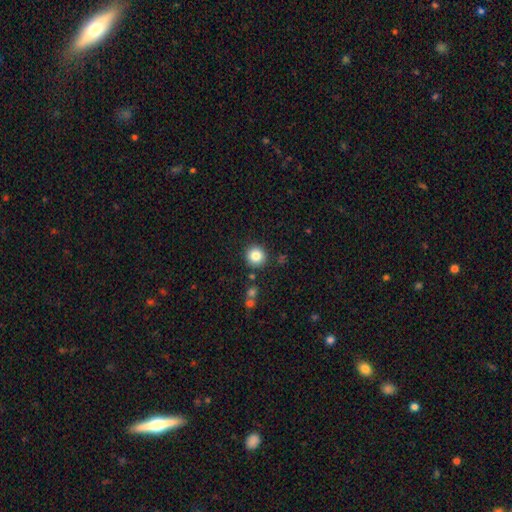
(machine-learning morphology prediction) smooth_or_featured: smooth (p=0.84) [alt: star or artifact p=0.10]
how_rounded: round (p=0.91) [alt: in between p=0.08]
merging: none (p=0.88) [alt: minor disturbance p=0.07]